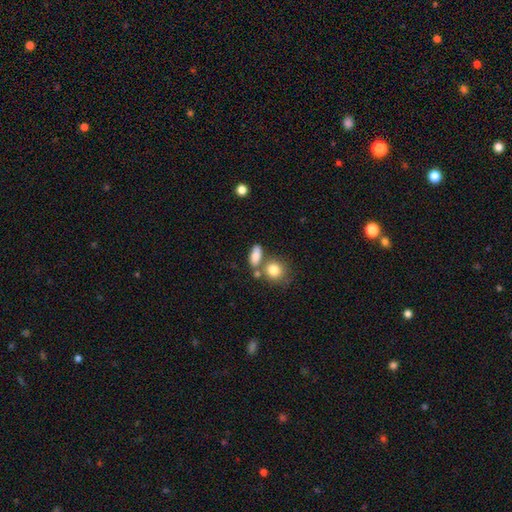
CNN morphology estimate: Overall: smooth (83%). How rounded: in between (76%). Merging: none (57%; merger 23%).